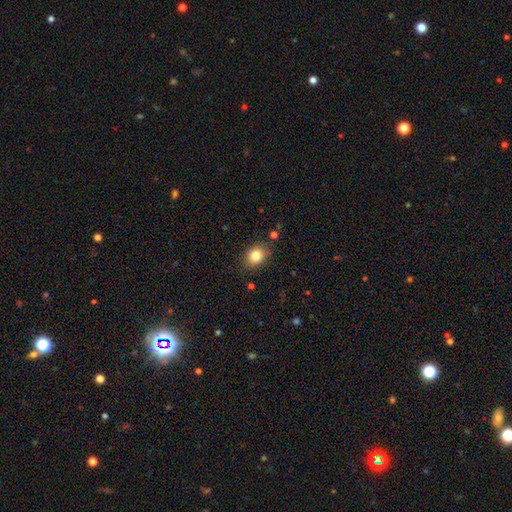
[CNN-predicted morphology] Smooth or featured? smooth (82%)
How rounded? in between (55%)
Merging? none (82%)